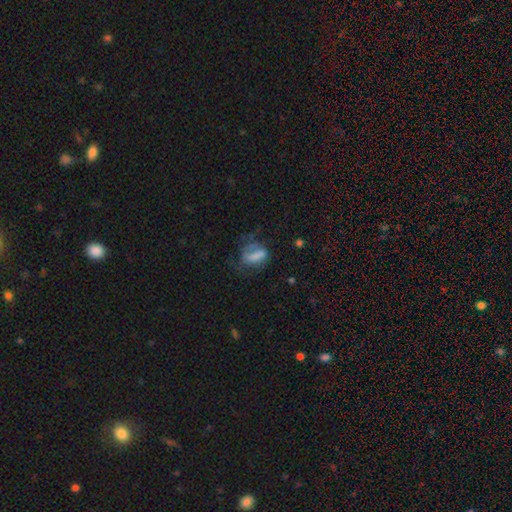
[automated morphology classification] A smooth galaxy with no disk features (55%) that is in between round and cigar-shaped (69%).

Vote fractions:
- Smooth or featured? smooth: 55% / featured or disk: 34% / star or artifact: 11%
- How rounded? in between: 69% / round: 17% / cigar-shaped: 14%
- Merging? major disturbance: 39% / none: 32% / minor disturbance: 25% / merger: 4%